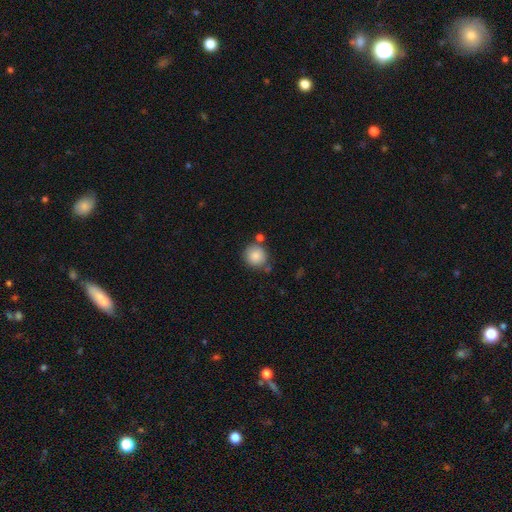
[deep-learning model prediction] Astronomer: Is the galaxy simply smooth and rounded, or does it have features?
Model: smooth — 85%.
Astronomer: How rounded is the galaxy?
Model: round — 92%.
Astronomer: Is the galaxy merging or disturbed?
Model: none — 75%.